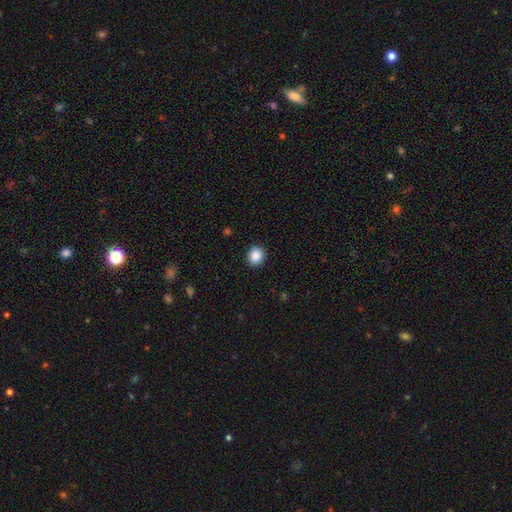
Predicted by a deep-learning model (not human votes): Smooth or featured: smooth — 87% (star or artifact — 9%)
How rounded: round — 81% (in between — 18%)
Merging: none — 92% (minor disturbance — 6%)